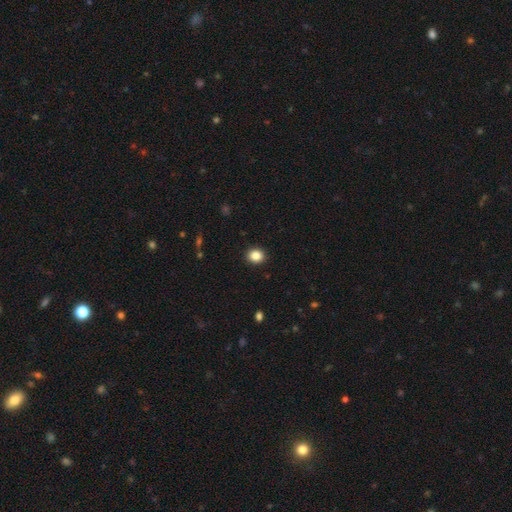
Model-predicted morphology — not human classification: Smooth or featured?
  - smooth: 86% *
  - star or artifact: 10%
  - featured or disk: 4%
How rounded?
  - round: 75% *
  - in between: 24%
  - cigar-shaped: 1%
Merging?
  - none: 92% *
  - minor disturbance: 6%
  - major disturbance: 2%
  - merger: 1%